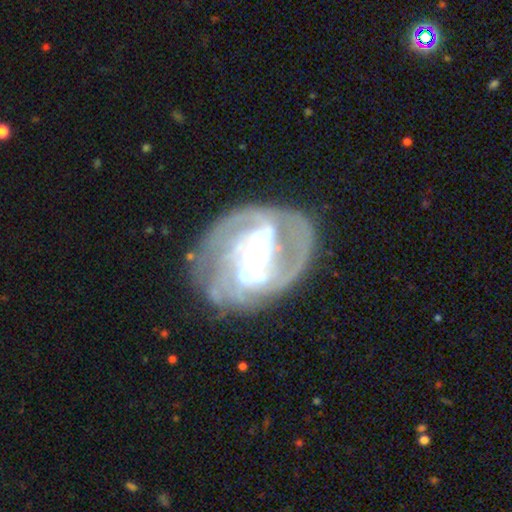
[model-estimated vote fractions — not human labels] Smooth or featured? Predicted: featured or disk (p=0.86). Edge-on disk? Predicted: no (p=0.97). Bar? Predicted: no (p=0.57). Spiral arms? Predicted: yes (p=0.90). Spiral winding? Predicted: tight (p=0.49). Spiral arm count? Predicted: 2 (p=0.38). Bulge size? Predicted: small (p=0.60). Merging? Predicted: none (p=0.61).